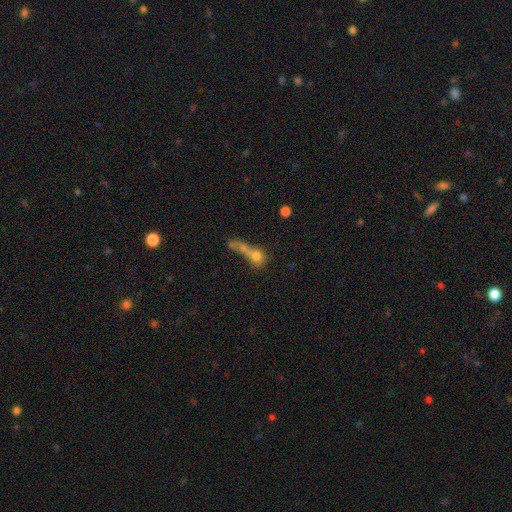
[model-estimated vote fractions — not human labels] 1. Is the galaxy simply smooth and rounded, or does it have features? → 65% smooth, 22% featured or disk, 13% star or artifact.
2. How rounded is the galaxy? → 52% round, 33% in between, 15% cigar-shaped.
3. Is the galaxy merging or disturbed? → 59% merger, 18% none, 15% major disturbance, 8% minor disturbance.